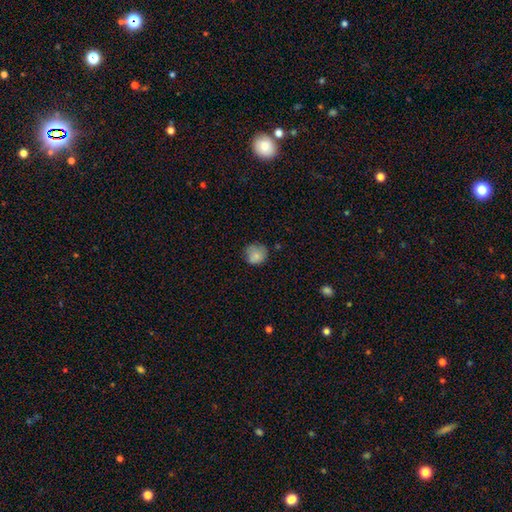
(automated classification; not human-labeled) The model was most divided on "merging": none: 67%, minor disturbance: 25%, major disturbance: 6%, merger: 2%. More confident: how rounded — round (85%); smooth or featured — smooth (82%).